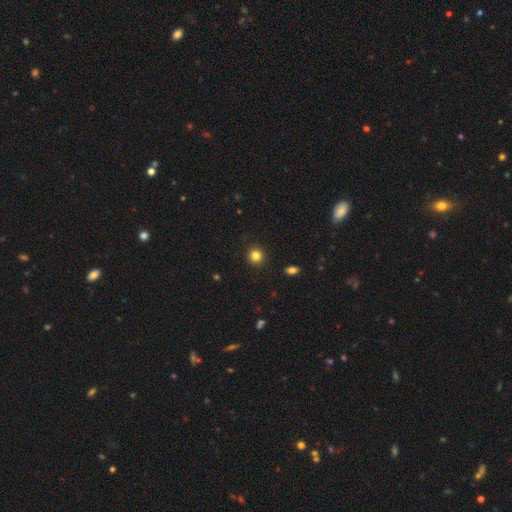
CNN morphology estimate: A smooth galaxy with no disk features (83%) that is round (90%).

Vote fractions:
- Smooth or featured? smooth: 83% / star or artifact: 12% / featured or disk: 5%
- How rounded? round: 90% / in between: 9% / cigar-shaped: 1%
- Merging? none: 92% / minor disturbance: 5% / major disturbance: 2% / merger: 1%